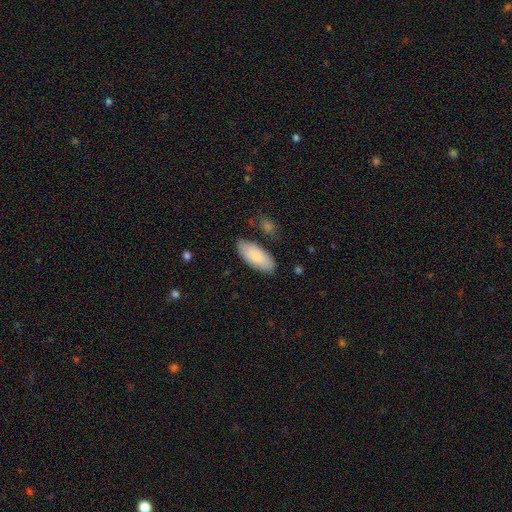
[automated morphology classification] A smooth galaxy with no disk features (85%) that is in between round and cigar-shaped (88%).

Vote fractions:
- Smooth or featured? smooth: 85% / featured or disk: 10% / star or artifact: 5%
- How rounded? in between: 88% / cigar-shaped: 10% / round: 2%
- Merging? none: 81% / minor disturbance: 13% / merger: 3% / major disturbance: 3%